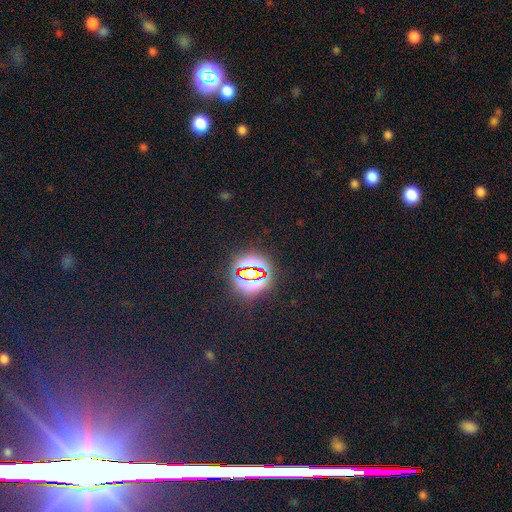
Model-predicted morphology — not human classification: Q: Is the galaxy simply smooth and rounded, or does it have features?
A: star or artifact — 75%.